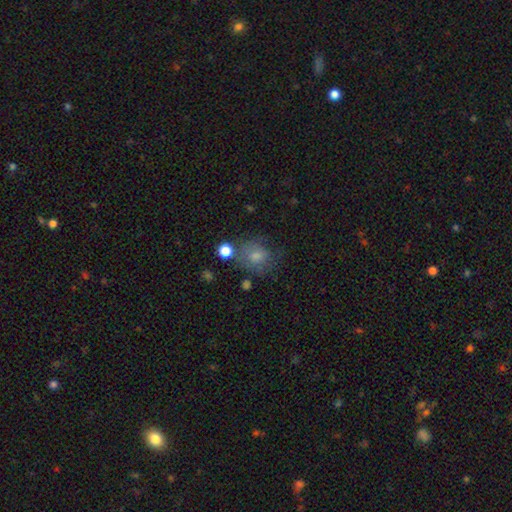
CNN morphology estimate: Smooth or featured? smooth (62%)
How rounded? round (71%)
Merging? none (65%)